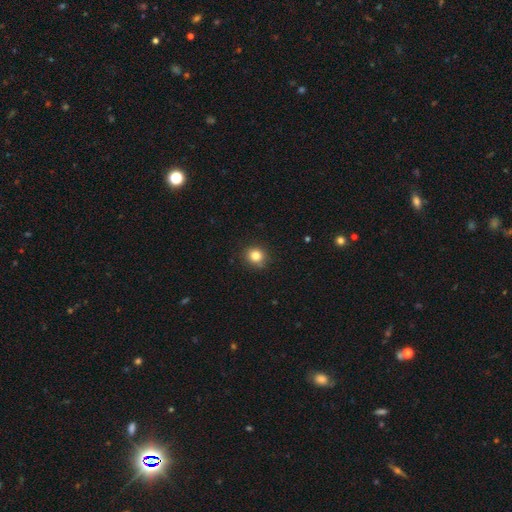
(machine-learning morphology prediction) Smooth or featured? Predicted: smooth (p=0.83). How rounded? Predicted: round (p=0.84). Merging? Predicted: none (p=0.85).